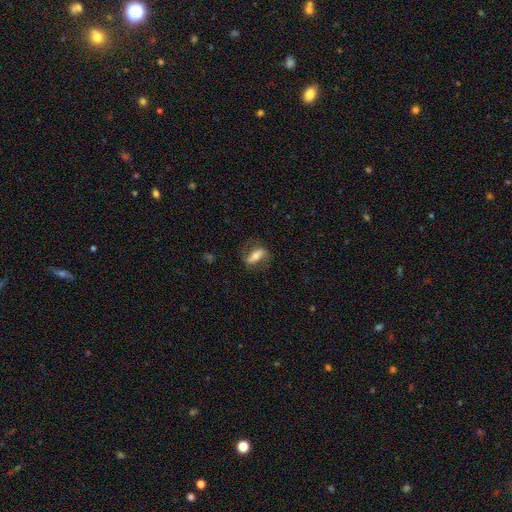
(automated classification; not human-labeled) Overall: featured or disk (55%; smooth 37%). Edge-on disk: no (77%). Merging: none (73%).